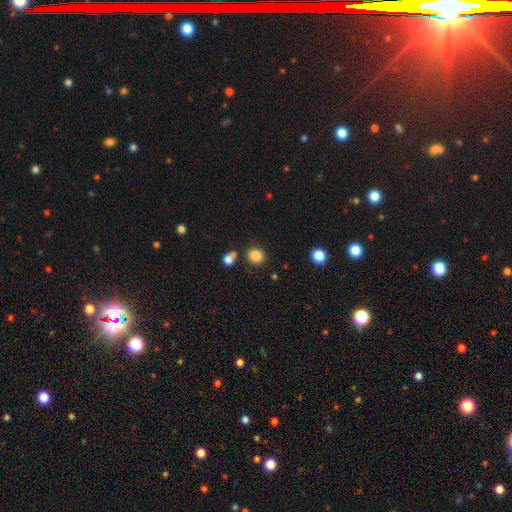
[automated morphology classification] Overall: smooth (85%). How rounded: round (77%). Merging: none (79%).